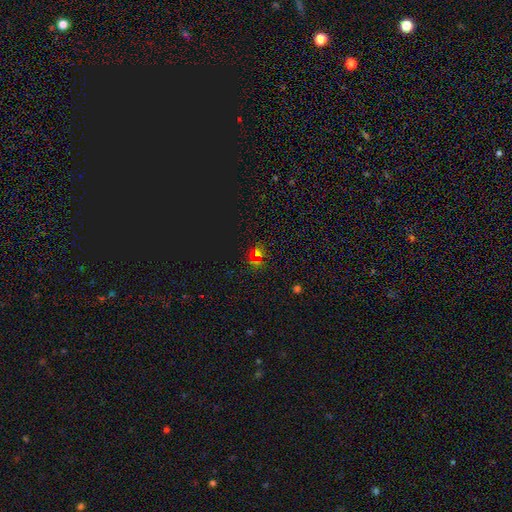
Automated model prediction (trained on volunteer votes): Smooth or featured? star or artifact (52%)